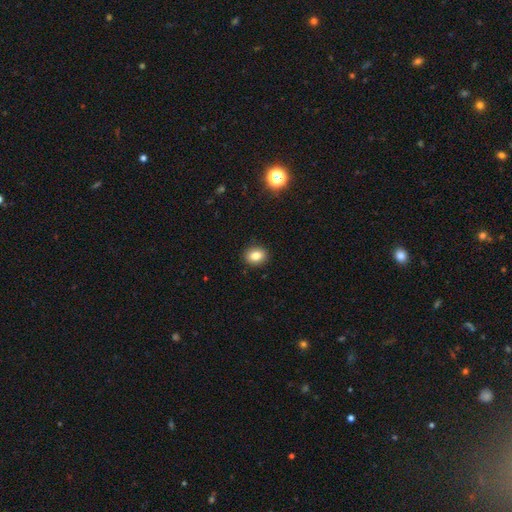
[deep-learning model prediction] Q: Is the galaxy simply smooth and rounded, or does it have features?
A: smooth — 83%.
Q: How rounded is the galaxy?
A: in between — 50%.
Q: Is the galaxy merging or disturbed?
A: none — 90%.